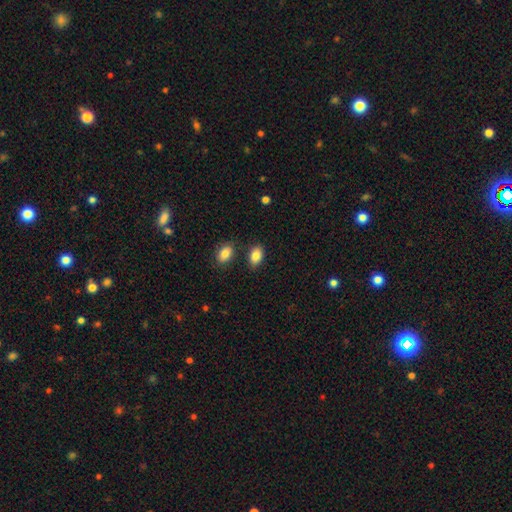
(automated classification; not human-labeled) smooth_or_featured: smooth (p=0.86) [alt: star or artifact p=0.08]
how_rounded: in between (p=0.90) [alt: round p=0.09]
merging: none (p=0.80) [alt: minor disturbance p=0.11]